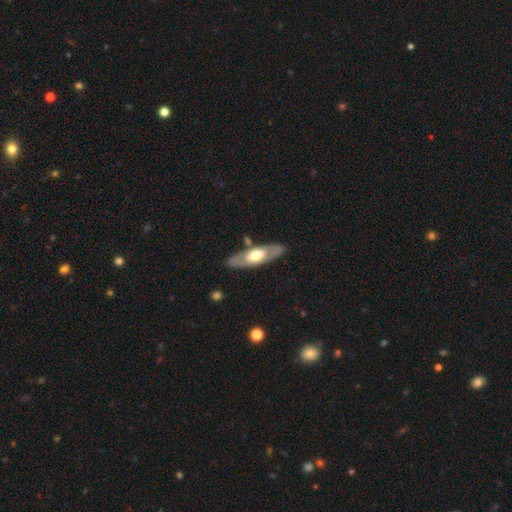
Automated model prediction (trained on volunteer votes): Morphology: type=featured or disk (58%); edge-on=no (66%); merging=none (83%).